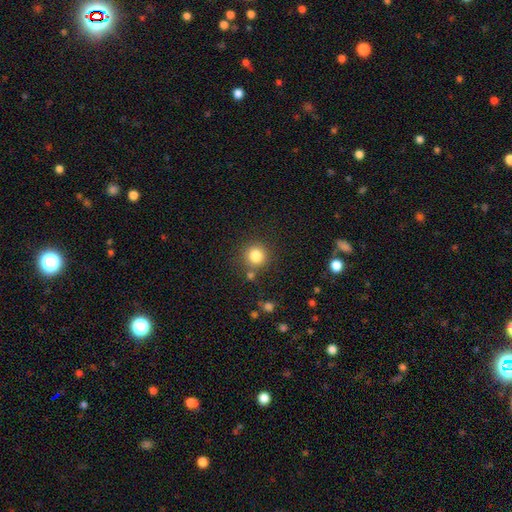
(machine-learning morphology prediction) type=smooth (83%); roundness=round (93%); merging=none (81%).